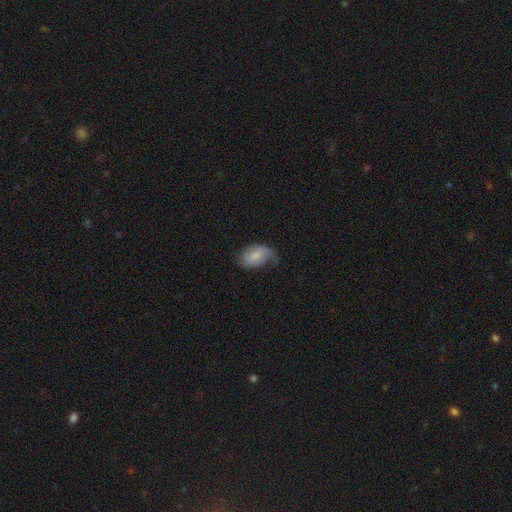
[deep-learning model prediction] A smooth galaxy with no disk features (54%) that is in between round and cigar-shaped (86%). Merging: none (41%).